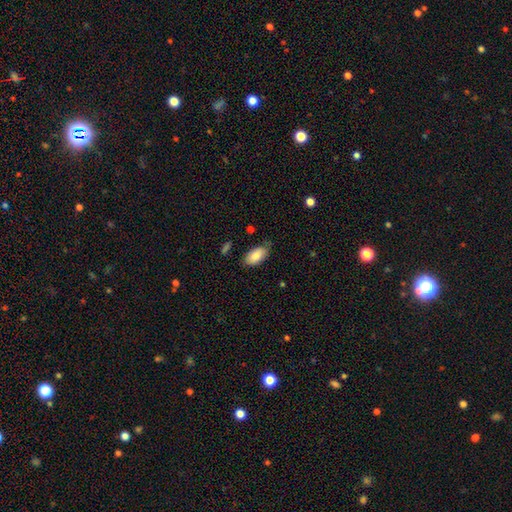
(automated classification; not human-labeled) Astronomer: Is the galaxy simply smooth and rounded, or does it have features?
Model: smooth — 83%.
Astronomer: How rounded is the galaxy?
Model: in between — 94%.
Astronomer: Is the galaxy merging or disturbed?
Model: none — 74%.